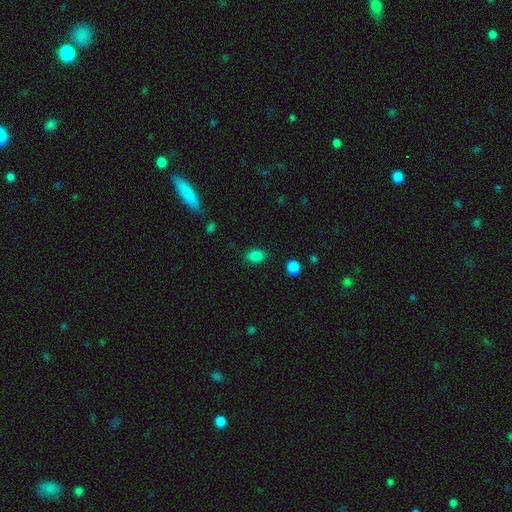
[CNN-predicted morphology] Smooth or featured? Predicted: smooth (p=0.85). How rounded? Predicted: in between (p=0.78). Merging? Predicted: none (p=0.84).